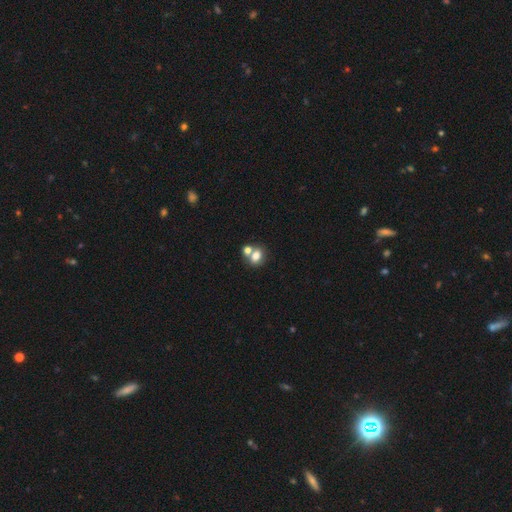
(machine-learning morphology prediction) smooth 77%, featured or disk 12%, star or artifact 11%. Down the decision tree: how rounded — in between (51%); merging — none (45%).